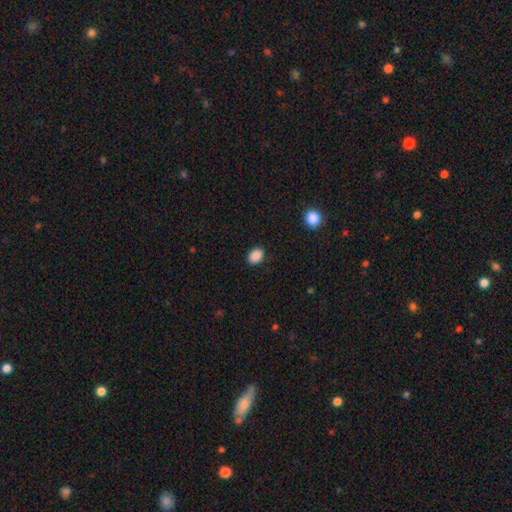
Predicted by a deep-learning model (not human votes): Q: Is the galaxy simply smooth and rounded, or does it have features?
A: smooth — 89%.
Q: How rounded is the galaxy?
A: in between — 74%.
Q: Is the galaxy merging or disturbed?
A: none — 86%.